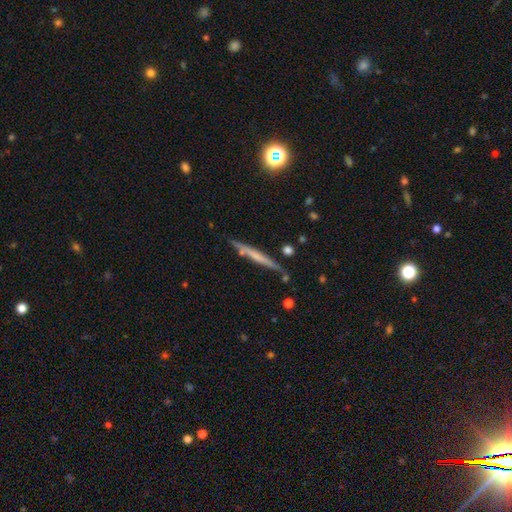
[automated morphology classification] type=featured or disk (50%); merging=none (83%).